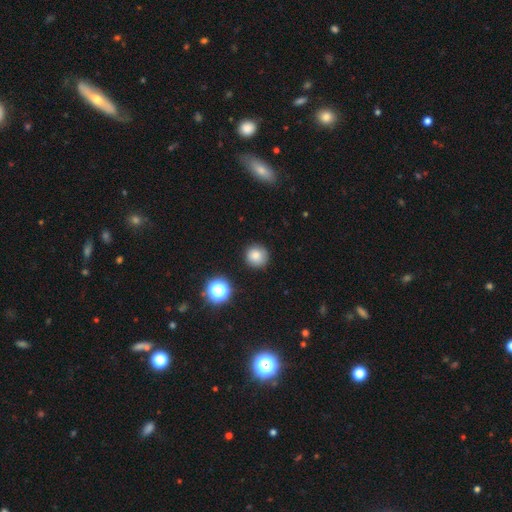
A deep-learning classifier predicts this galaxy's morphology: Smooth or featured? Predicted: smooth (p=0.82). How rounded? Predicted: round (p=0.93). Merging? Predicted: none (p=0.87).